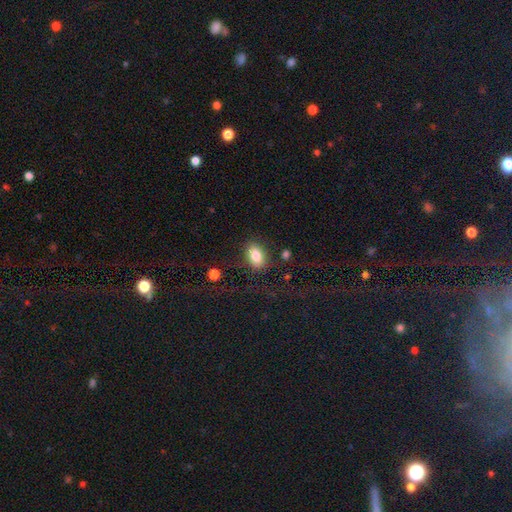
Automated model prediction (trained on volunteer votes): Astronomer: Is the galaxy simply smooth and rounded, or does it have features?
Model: smooth — 83%.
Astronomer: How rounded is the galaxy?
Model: in between — 85%.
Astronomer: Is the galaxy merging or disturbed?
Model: none — 78%.